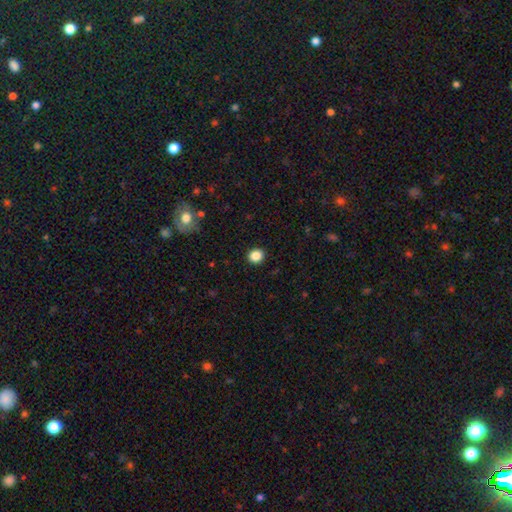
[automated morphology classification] A smooth galaxy with no disk features (86%) that is round (83%).

Vote fractions:
- Smooth or featured? smooth: 86% / star or artifact: 10% / featured or disk: 4%
- How rounded? round: 83% / in between: 17% / cigar-shaped: 1%
- Merging? none: 92% / minor disturbance: 5% / major disturbance: 2% / merger: 1%